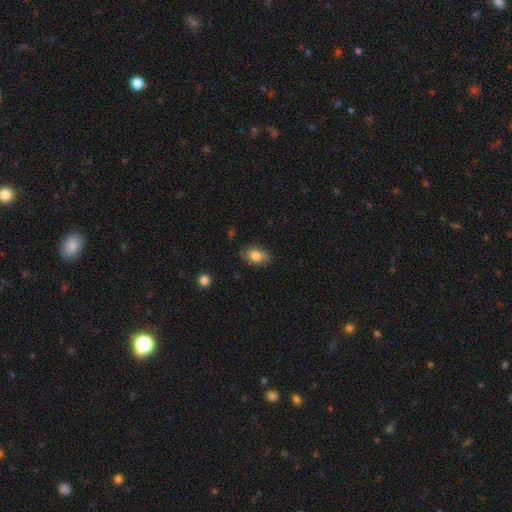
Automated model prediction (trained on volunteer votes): Smooth or featured?
  - smooth: 79% *
  - featured or disk: 13%
  - star or artifact: 8%
How rounded?
  - in between: 86% *
  - round: 13%
  - cigar-shaped: 2%
Merging?
  - none: 79% *
  - minor disturbance: 16%
  - major disturbance: 3%
  - merger: 1%